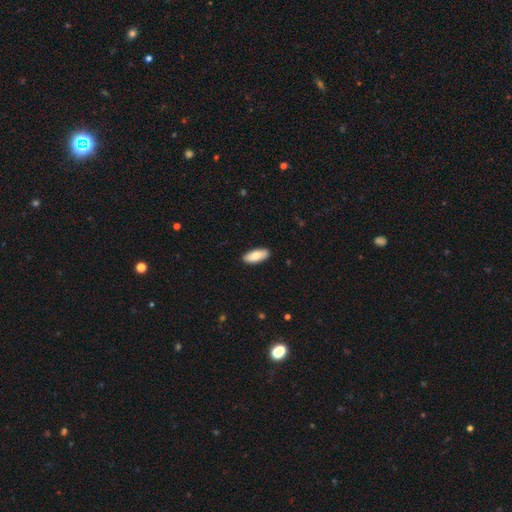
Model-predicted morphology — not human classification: smooth_or_featured: smooth (p=0.81) [alt: featured or disk p=0.13]
how_rounded: in between (p=0.82) [alt: cigar-shaped p=0.16]
merging: none (p=0.89) [alt: minor disturbance p=0.08]